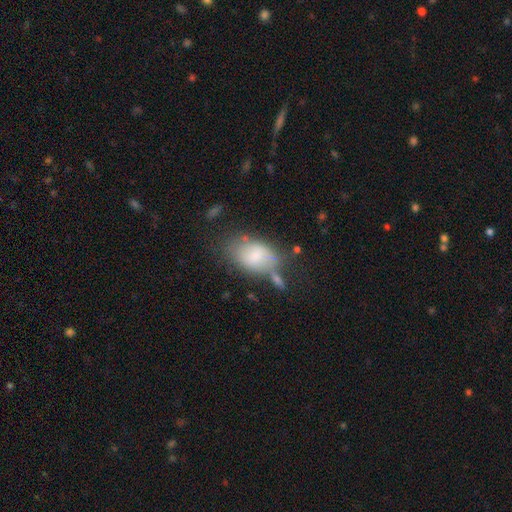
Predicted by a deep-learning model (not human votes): This is likely a smooth galaxy (76%). How rounded: clearly in between (89%). Merging: possibly none (47%).